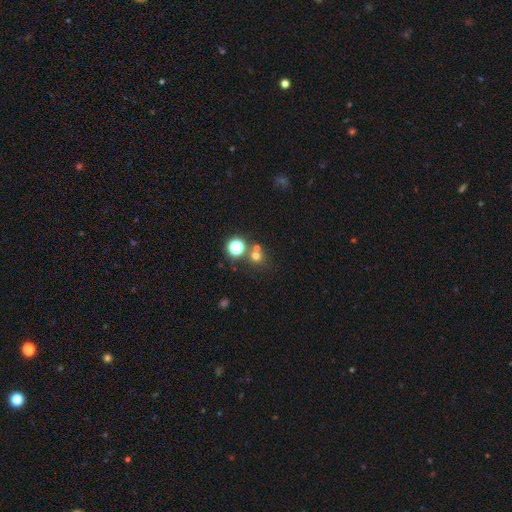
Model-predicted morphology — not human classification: Smooth or featured?
  - smooth: 63% *
  - star or artifact: 28%
  - featured or disk: 9%
How rounded?
  - round: 89% *
  - in between: 10%
  - cigar-shaped: 1%
Merging?
  - none: 63% *
  - merger: 25%
  - minor disturbance: 7%
  - major disturbance: 4%